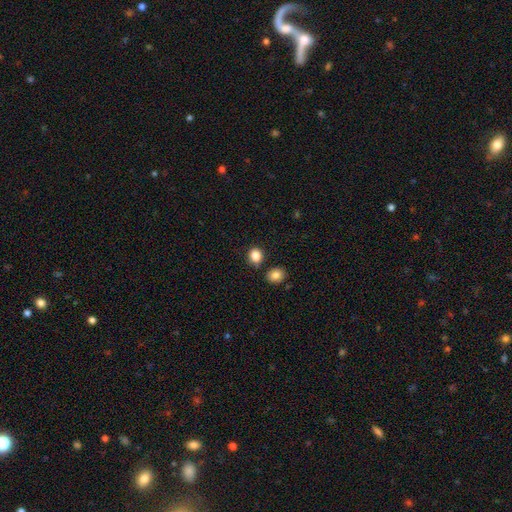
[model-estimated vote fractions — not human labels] Q: Smooth or featured?
A: smooth (85%); runner-up: star or artifact (10%)
Q: How rounded?
A: round (69%); runner-up: in between (30%)
Q: Merging?
A: none (76%); runner-up: minor disturbance (12%)